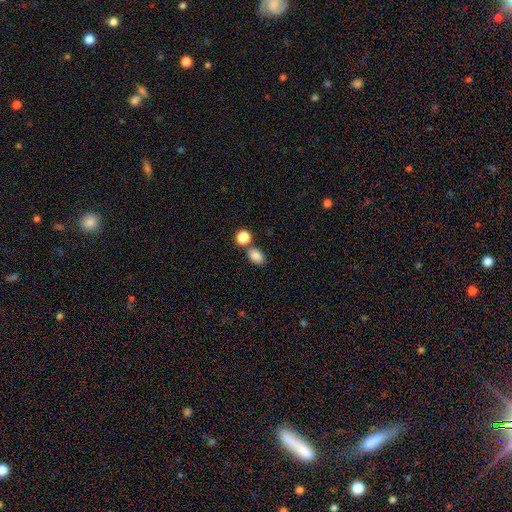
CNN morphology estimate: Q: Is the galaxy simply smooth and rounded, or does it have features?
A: smooth — 84%.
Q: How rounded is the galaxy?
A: in between — 82%.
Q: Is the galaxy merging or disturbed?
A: none — 68%.